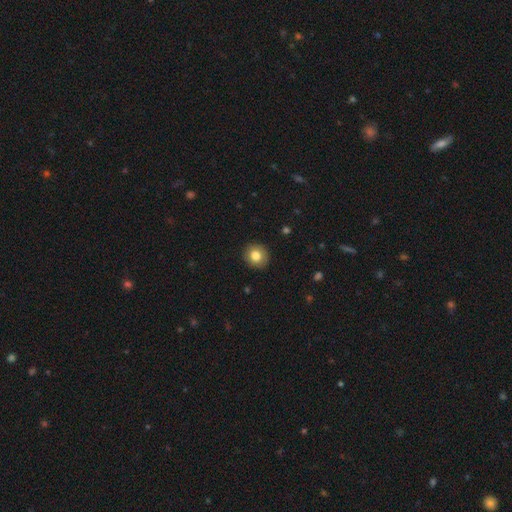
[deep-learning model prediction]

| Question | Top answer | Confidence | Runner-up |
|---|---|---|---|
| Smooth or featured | smooth | 81% | featured or disk (10%) |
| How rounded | round | 84% | in between (15%) |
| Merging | none | 89% | minor disturbance (8%) |